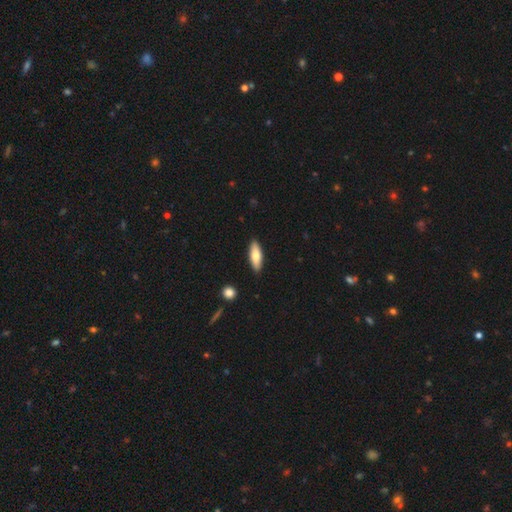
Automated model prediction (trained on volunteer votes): This appears to be a smooth galaxy with no disk features (75%) that is in between round and cigar-shaped (61%). Merging: none (89%).